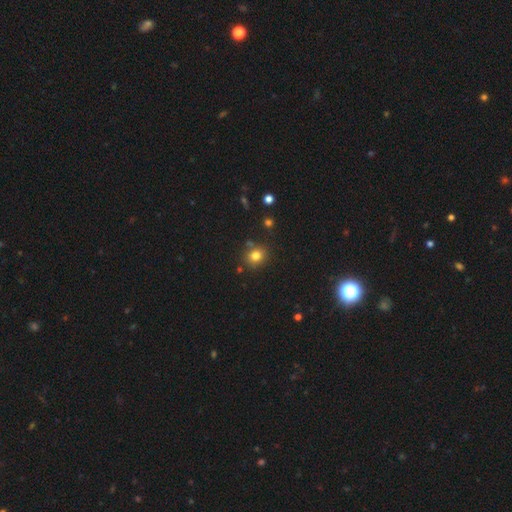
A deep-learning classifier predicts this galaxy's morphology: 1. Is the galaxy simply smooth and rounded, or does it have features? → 79% smooth, 14% star or artifact, 7% featured or disk.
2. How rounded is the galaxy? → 74% round, 25% in between, 1% cigar-shaped.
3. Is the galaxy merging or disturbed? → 80% none, 11% minor disturbance, 6% merger, 3% major disturbance.